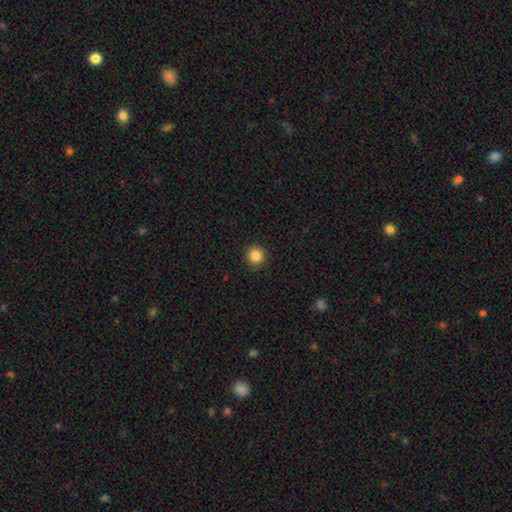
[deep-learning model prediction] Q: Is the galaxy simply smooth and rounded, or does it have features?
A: smooth — 86%.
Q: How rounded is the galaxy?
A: round — 95%.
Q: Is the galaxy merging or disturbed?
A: none — 92%.